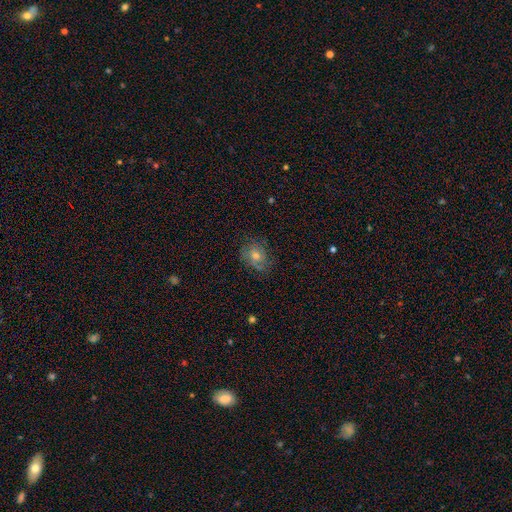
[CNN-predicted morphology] Smooth or featured?
  - smooth: 42% *
  - featured or disk: 41%
  - star or artifact: 16%
Merging?
  - none: 72% *
  - minor disturbance: 19%
  - major disturbance: 7%
  - merger: 1%